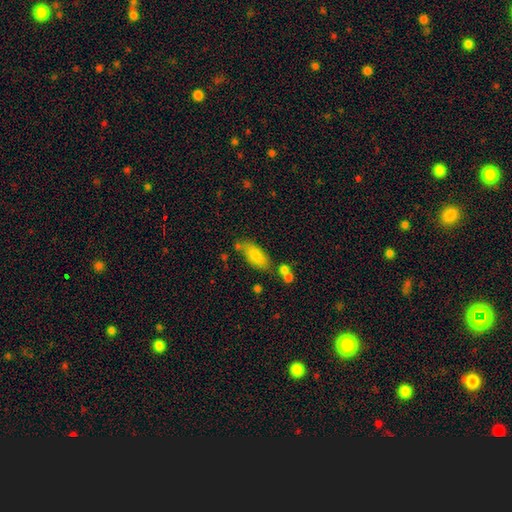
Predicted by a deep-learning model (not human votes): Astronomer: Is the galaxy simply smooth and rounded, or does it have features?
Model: smooth — 81%.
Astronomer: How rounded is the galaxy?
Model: in between — 86%.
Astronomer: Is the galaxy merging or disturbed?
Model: none — 60%.